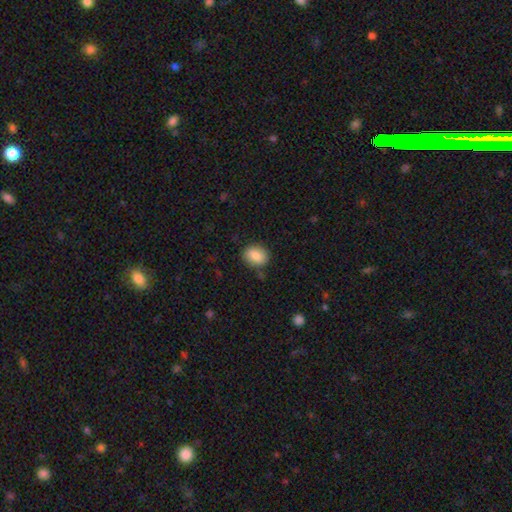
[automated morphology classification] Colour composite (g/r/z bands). It shows a smooth galaxy with no disk features (86%) that is in between round and cigar-shaped (56%). Merging: none (83%).